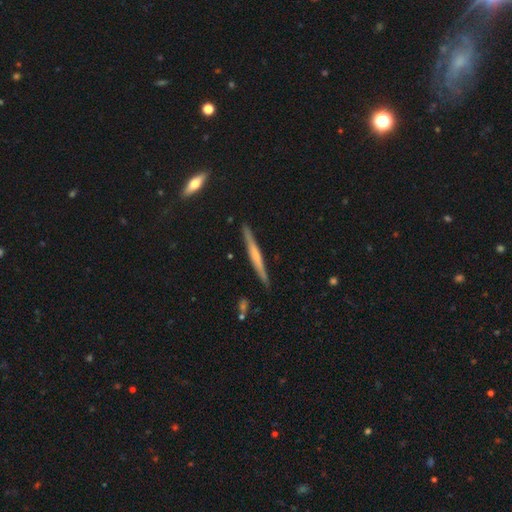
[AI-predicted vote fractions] Overall: featured or disk (57%; smooth 37%). Edge-on disk: yes (98%). Edge-on bulge: none (50%; rounded 36%). Merging: none (90%).